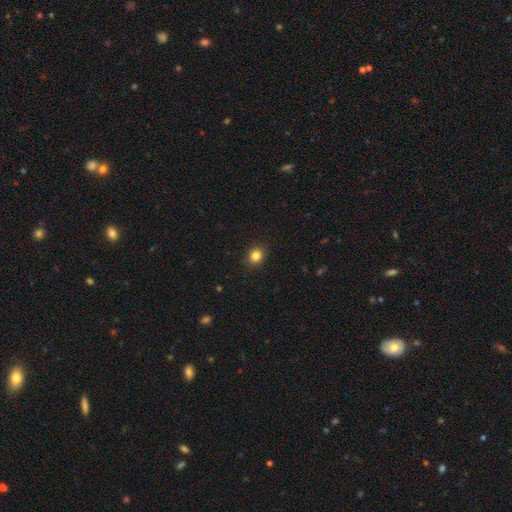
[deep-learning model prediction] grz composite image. It shows a smooth galaxy with no disk features (84%) that is round (76%). Merging: none (89%).